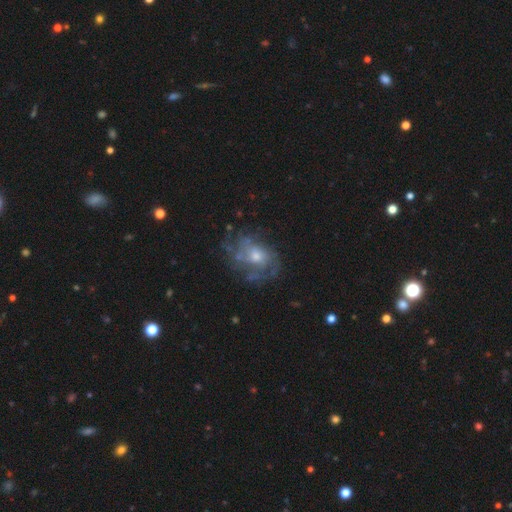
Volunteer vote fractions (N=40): Smooth or featured? 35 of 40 (88%) said featured or disk. Edge-on disk? 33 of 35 (94%) said no. Bar? 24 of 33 (73%) said no. Spiral arms? 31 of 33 (94%) said yes. Spiral winding? 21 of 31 (68%) said tight. Spiral arm count? 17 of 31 (55%) said can't tell. Bulge size? 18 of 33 (55%) said moderate. Merging? 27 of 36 (75%) said none.